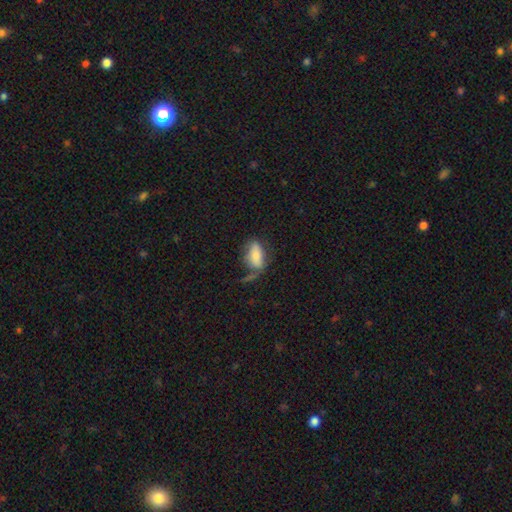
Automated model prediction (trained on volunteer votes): smooth_or_featured: smooth (p=0.75) [alt: featured or disk p=0.17]
how_rounded: in between (p=0.86) [alt: cigar-shaped p=0.10]
merging: none (p=0.44) [alt: minor disturbance p=0.26]